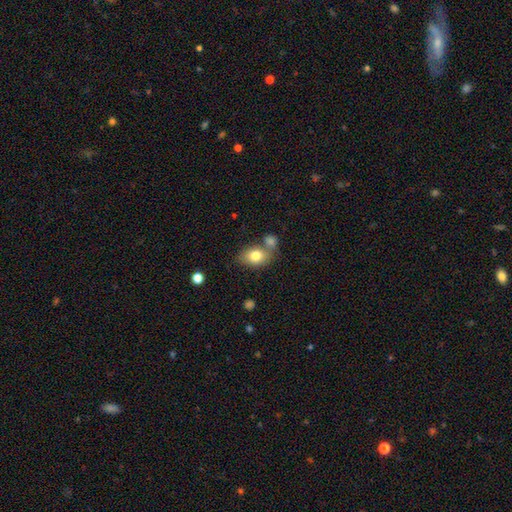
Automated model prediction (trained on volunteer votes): smooth_or_featured: smooth (p=0.78) [alt: featured or disk p=0.14]
how_rounded: in between (p=0.75) [alt: round p=0.23]
merging: none (p=0.54) [alt: merger p=0.27]